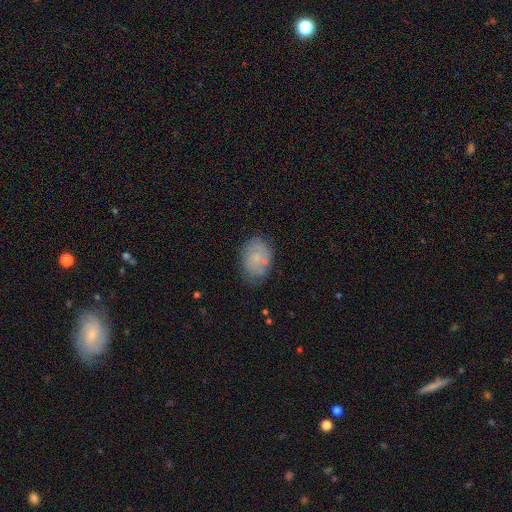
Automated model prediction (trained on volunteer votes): A smooth galaxy with no disk features (59%) that is in between round and cigar-shaped (79%).

Vote fractions:
- Smooth or featured? smooth: 59% / featured or disk: 31% / star or artifact: 9%
- How rounded? in between: 79% / round: 20% / cigar-shaped: 1%
- Merging? none: 70% / minor disturbance: 21% / major disturbance: 5% / merger: 3%